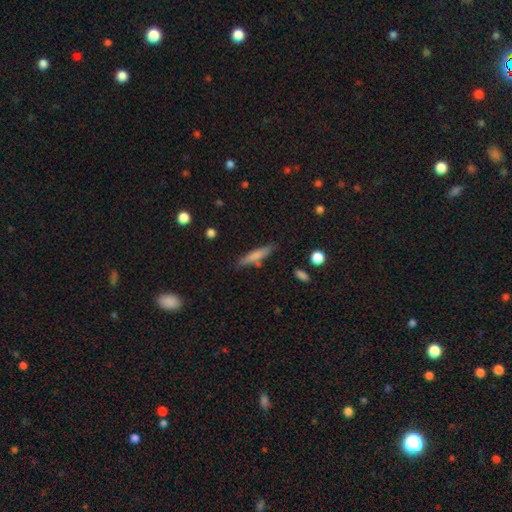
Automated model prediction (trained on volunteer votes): Q: Smooth or featured?
A: smooth (72%); runner-up: featured or disk (21%)
Q: How rounded?
A: cigar-shaped (85%); runner-up: in between (14%)
Q: Merging?
A: none (78%); runner-up: minor disturbance (14%)